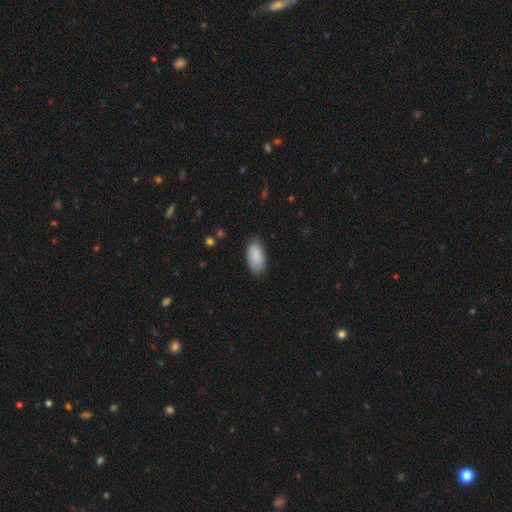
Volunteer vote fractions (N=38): Smooth or featured: smooth — 89% (featured or disk — 5%)
How rounded: in between — 88% (cigar-shaped — 12%)
Merging: none — 83% (minor disturbance — 17%)